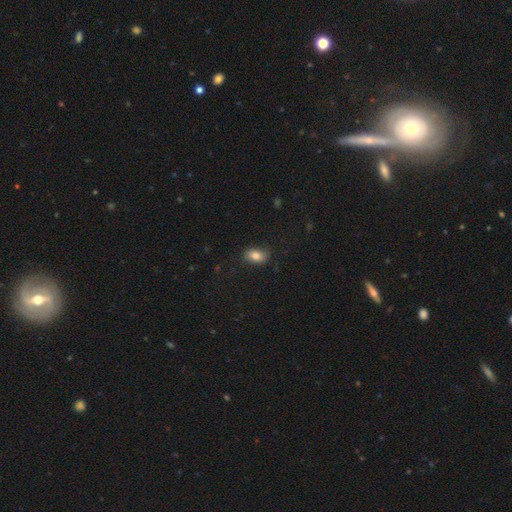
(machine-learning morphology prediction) A smooth galaxy with no disk features (82%) that is in between round and cigar-shaped (87%). Merging: none (83%).